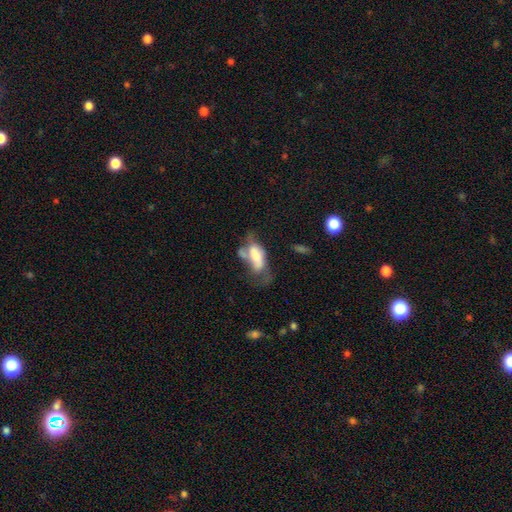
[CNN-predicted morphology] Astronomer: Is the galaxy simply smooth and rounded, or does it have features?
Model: smooth — 54% (runner-up: featured or disk, 37%).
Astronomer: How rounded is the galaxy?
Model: in between — 82%.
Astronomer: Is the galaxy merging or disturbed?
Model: major disturbance — 37% (runner-up: none, 21%).